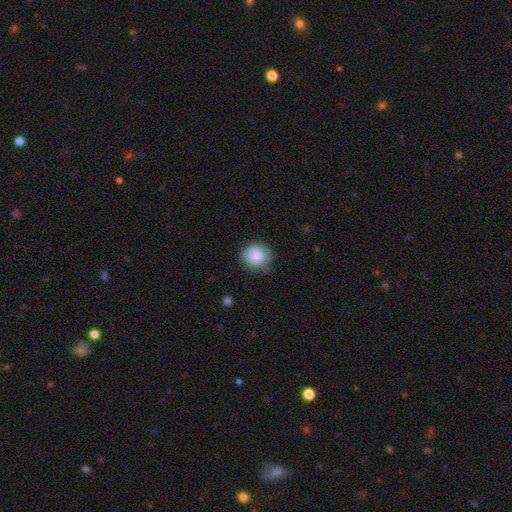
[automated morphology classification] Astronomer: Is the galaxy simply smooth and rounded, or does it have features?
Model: smooth — 87%.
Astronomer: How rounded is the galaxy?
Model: round — 89%.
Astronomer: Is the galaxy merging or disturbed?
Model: none — 73%.